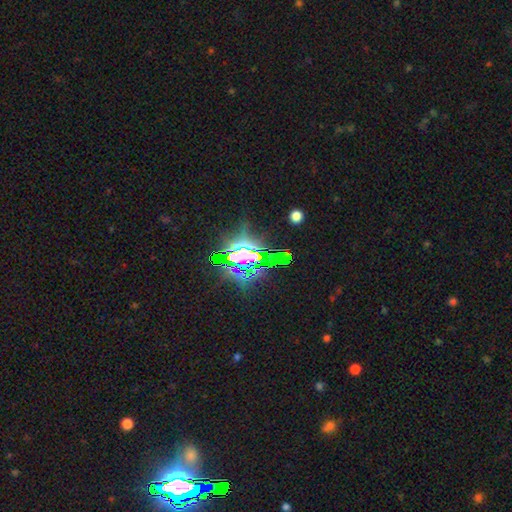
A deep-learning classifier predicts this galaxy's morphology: Smooth or featured: star or artifact — 75% (featured or disk — 13%)